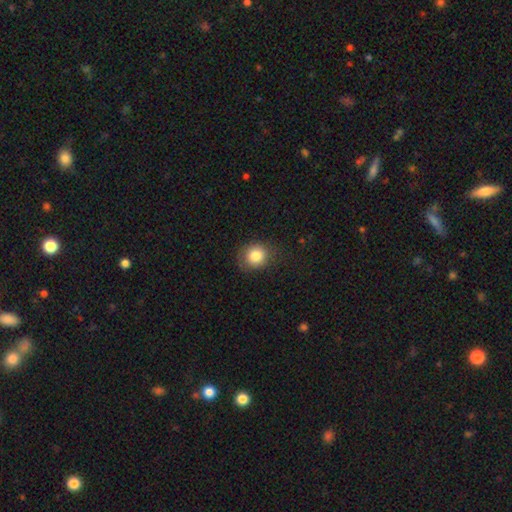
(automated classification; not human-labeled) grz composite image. It shows a smooth galaxy with no disk features (83%) that is round (73%). Merging: none (77%).